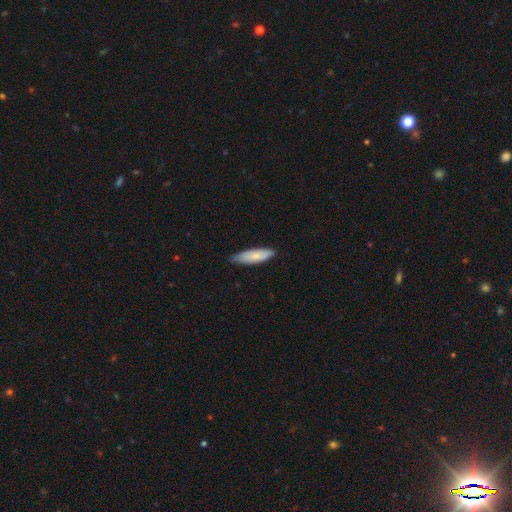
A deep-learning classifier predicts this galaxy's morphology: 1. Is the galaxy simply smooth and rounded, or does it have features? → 78% smooth, 17% featured or disk, 5% star or artifact.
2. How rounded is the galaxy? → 55% cigar-shaped, 44% in between, 2% round.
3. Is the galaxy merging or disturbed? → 75% none, 21% minor disturbance, 2% major disturbance, 1% merger.